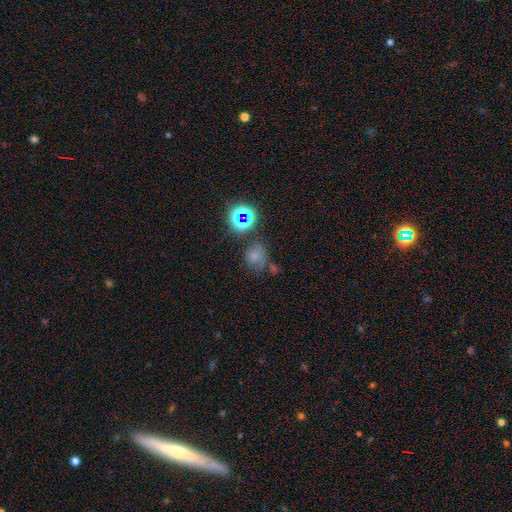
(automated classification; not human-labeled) Smooth or featured: smooth — 56% (star or artifact — 31%)
How rounded: round — 66% (in between — 33%)
Merging: none — 51% (minor disturbance — 21%)